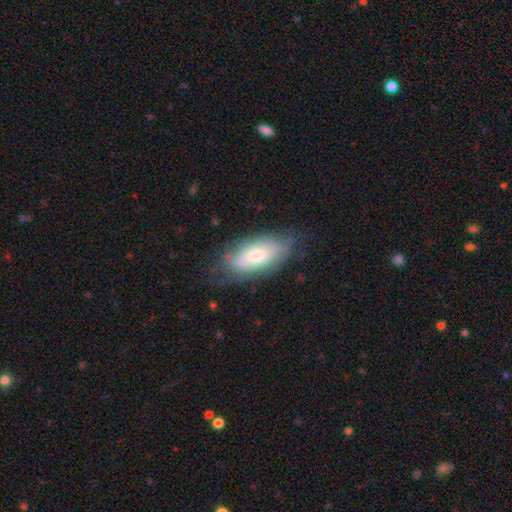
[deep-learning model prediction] smooth_or_featured: smooth (p=0.54) [alt: featured or disk p=0.39]
how_rounded: in between (p=0.88) [alt: cigar-shaped p=0.08]
merging: none (p=0.63) [alt: minor disturbance p=0.25]